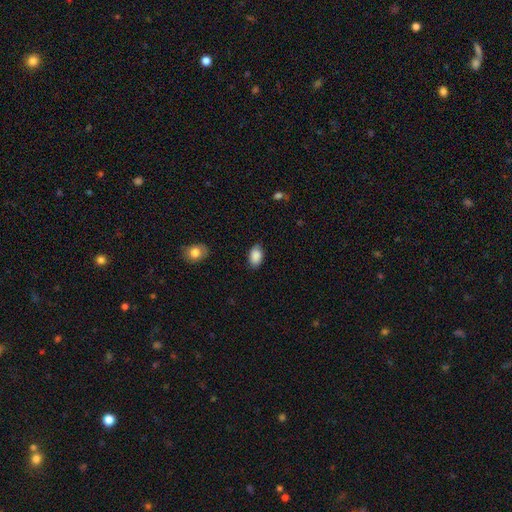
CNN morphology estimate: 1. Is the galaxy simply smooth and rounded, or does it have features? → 89% smooth, 7% star or artifact, 4% featured or disk.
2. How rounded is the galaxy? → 90% in between, 8% round, 1% cigar-shaped.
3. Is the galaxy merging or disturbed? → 84% none, 13% minor disturbance, 3% major disturbance, 1% merger.